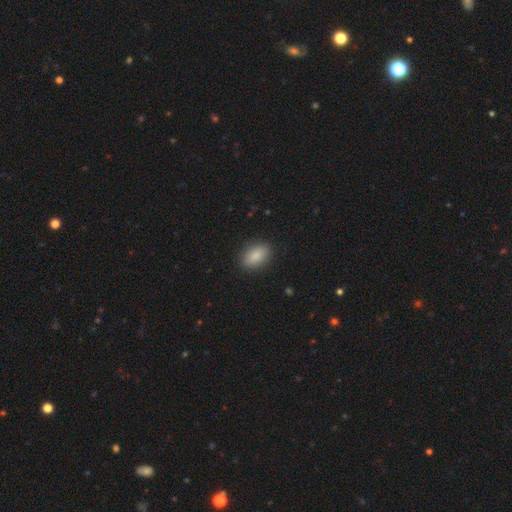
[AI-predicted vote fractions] A smooth galaxy with no disk features (88%) that is in between round and cigar-shaped (89%).

Vote fractions:
- Smooth or featured? smooth: 88% / star or artifact: 7% / featured or disk: 5%
- How rounded? in between: 89% / round: 9% / cigar-shaped: 3%
- Merging? none: 89% / minor disturbance: 8% / major disturbance: 2% / merger: 1%